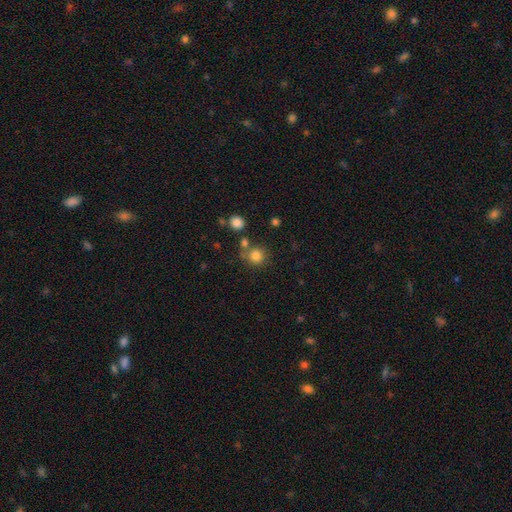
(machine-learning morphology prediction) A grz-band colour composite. It shows a smooth galaxy with no disk features (81%) that is round (91%). Merging: none (71%).